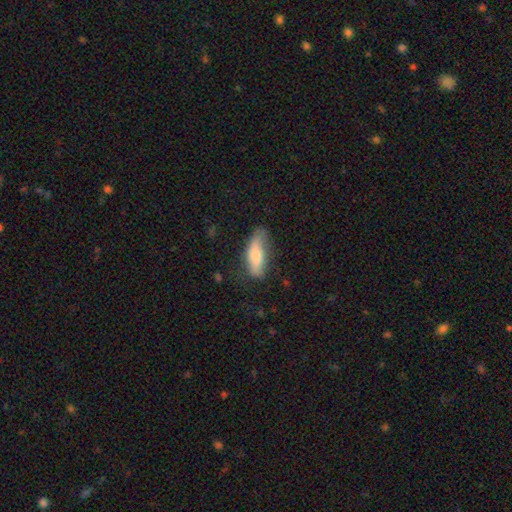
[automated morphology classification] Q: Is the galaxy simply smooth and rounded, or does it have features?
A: smooth — 75%.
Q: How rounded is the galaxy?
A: in between — 60%.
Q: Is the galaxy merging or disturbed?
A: none — 59%.